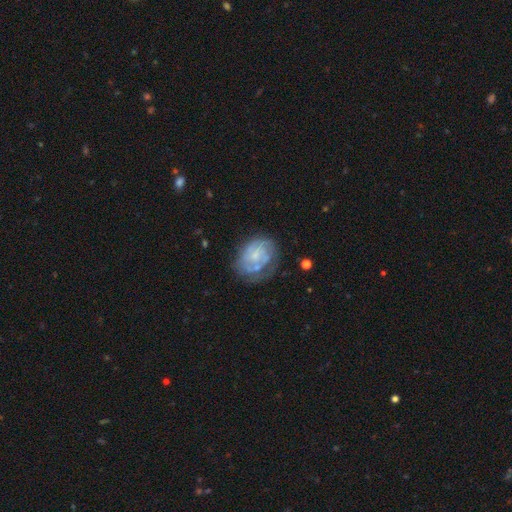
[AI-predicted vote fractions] featured or disk 69%, smooth 24%, star or artifact 7%. Down the decision tree: edge-on disk — no (98%); bar — no (66%); spiral arms — yes (74%); bulge size — small (49%); merging — none (51%).